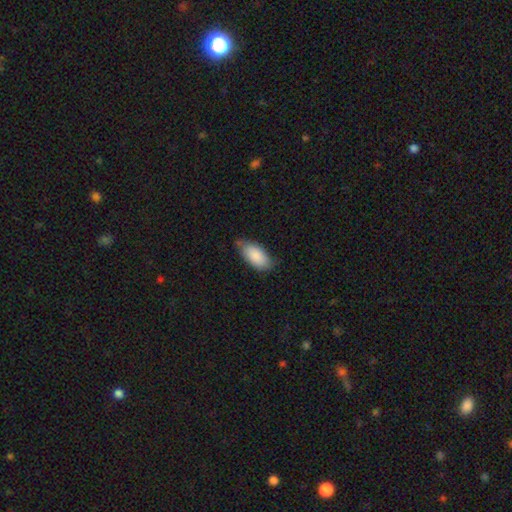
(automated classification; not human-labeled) Smooth or featured? smooth (86%)
How rounded? in between (93%)
Merging? none (66%)